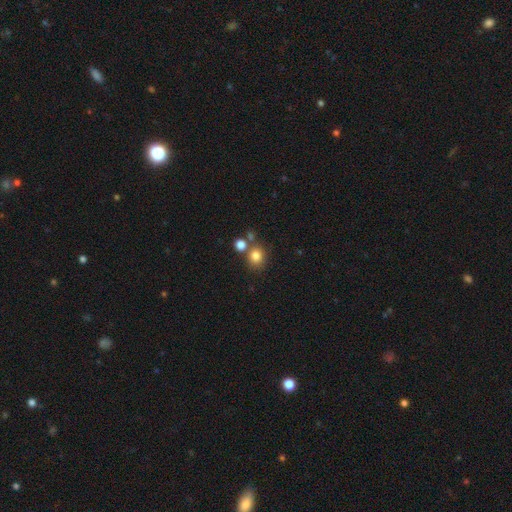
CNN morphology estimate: A smooth galaxy with no disk features (80%) that is round (78%). Merging: none (66%).